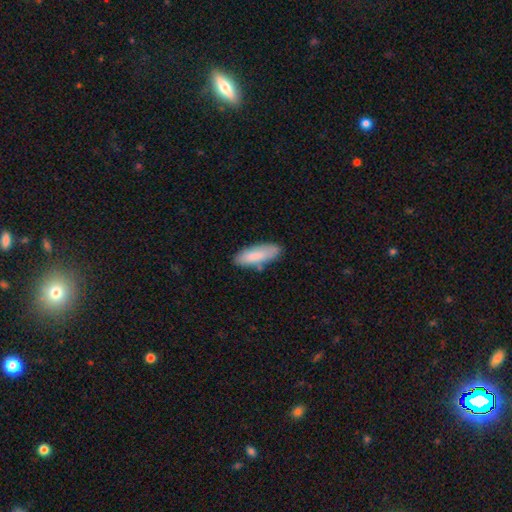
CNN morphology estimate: smooth 83%, featured or disk 12%, star or artifact 6%. Down the decision tree: how rounded — in between (60%); merging — none (75%).